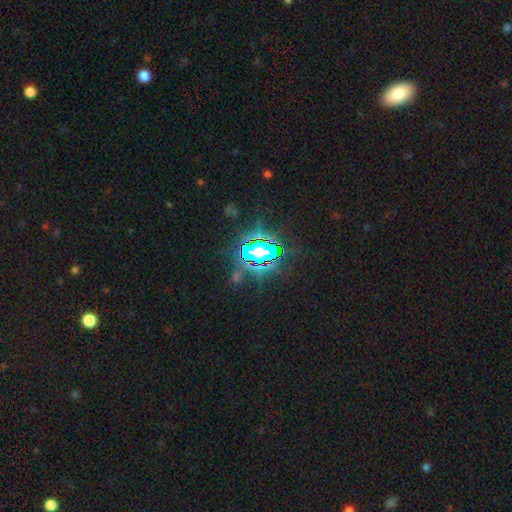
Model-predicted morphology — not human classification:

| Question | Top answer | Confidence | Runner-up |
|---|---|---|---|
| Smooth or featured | star or artifact | 81% | smooth (11%) |